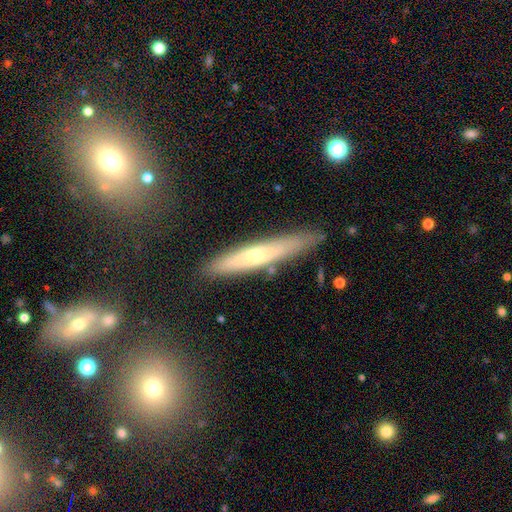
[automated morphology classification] smooth_or_featured: featured or disk (p=0.53) [alt: smooth p=0.39]
disk_edge_on: yes (p=0.83) [alt: no p=0.17]
merging: none (p=0.85) [alt: minor disturbance p=0.11]